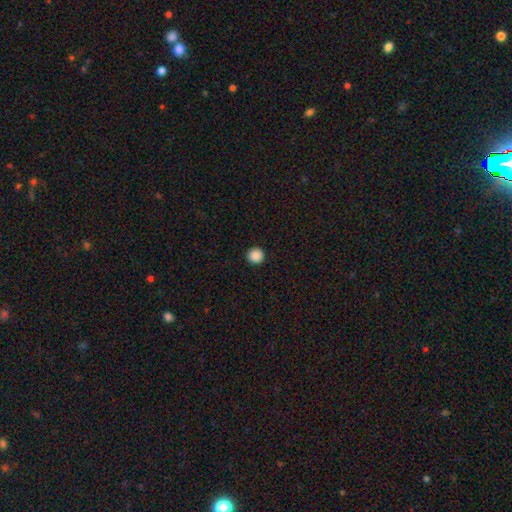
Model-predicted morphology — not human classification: A smooth galaxy with no disk features (88%) that is round (95%).

Vote fractions:
- Smooth or featured? smooth: 88% / star or artifact: 9% / featured or disk: 2%
- How rounded? round: 95% / in between: 4% / cigar-shaped: 1%
- Merging? none: 94% / minor disturbance: 4% / major disturbance: 1% / merger: 1%